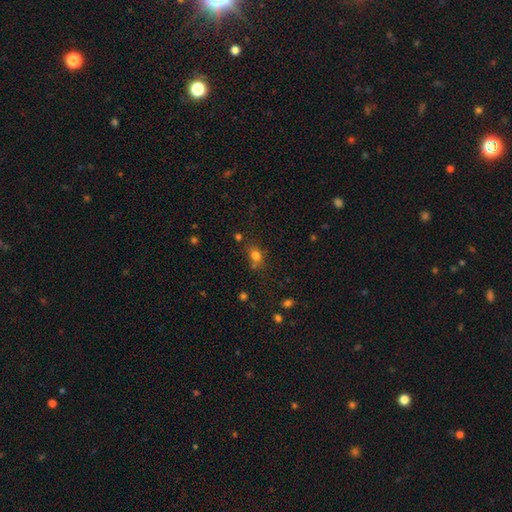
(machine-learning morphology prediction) Smooth or featured: smooth — 77% (star or artifact — 16%)
How rounded: in between — 51% (round — 47%)
Merging: none — 62% (minor disturbance — 17%)